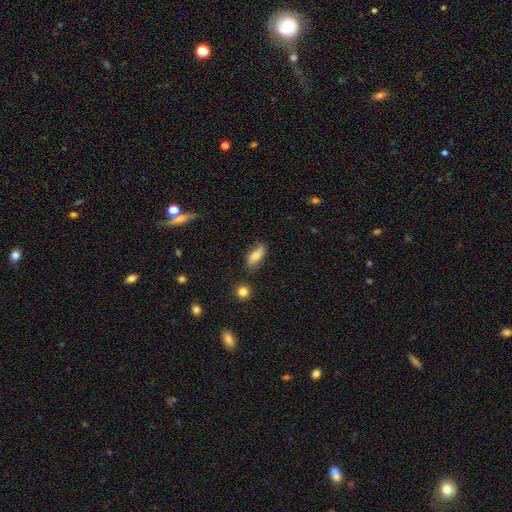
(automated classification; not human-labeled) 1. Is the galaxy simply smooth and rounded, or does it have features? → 62% smooth, 30% featured or disk, 8% star or artifact.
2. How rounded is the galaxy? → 73% in between, 22% cigar-shaped, 5% round.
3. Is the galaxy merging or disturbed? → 73% none, 19% minor disturbance, 5% major disturbance, 3% merger.